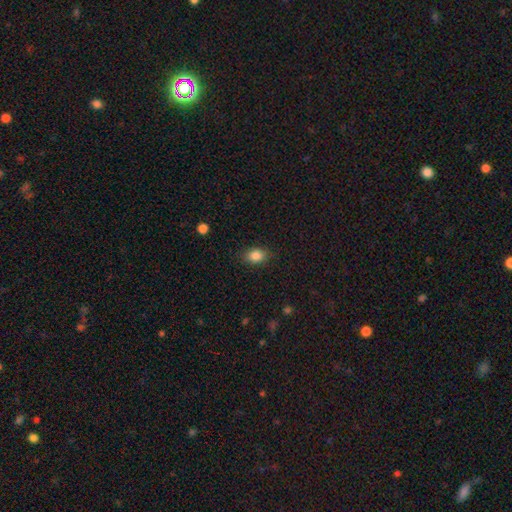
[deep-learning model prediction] Smooth or featured?
  - smooth: 86% *
  - star or artifact: 9%
  - featured or disk: 5%
How rounded?
  - in between: 75% *
  - round: 24%
  - cigar-shaped: 1%
Merging?
  - none: 85% *
  - minor disturbance: 11%
  - major disturbance: 3%
  - merger: 1%